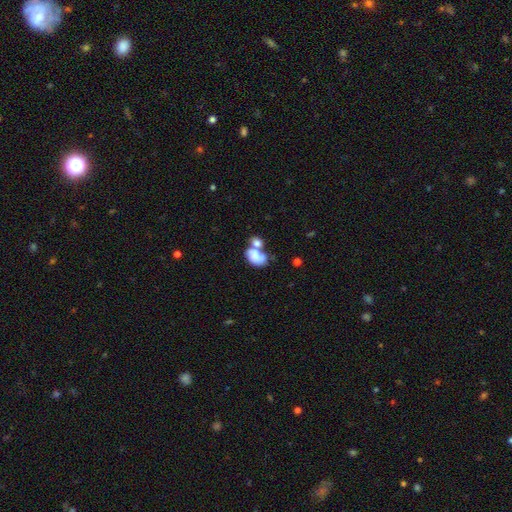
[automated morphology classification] type=smooth (69%); roundness=in between (84%); merging=merger (60%).